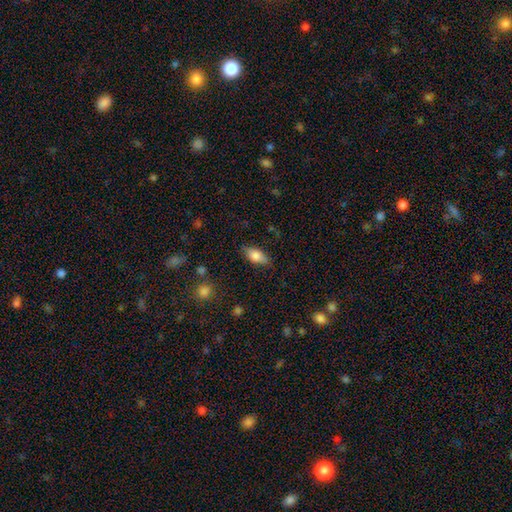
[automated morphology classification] This appears to be a smooth galaxy with no disk features (79%) that is in between round and cigar-shaped (86%). Merging: none (82%).